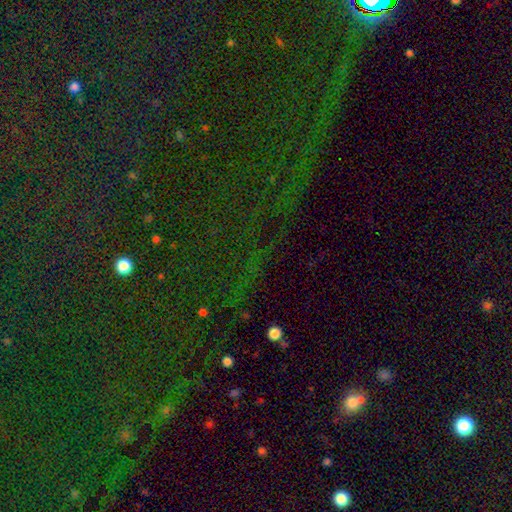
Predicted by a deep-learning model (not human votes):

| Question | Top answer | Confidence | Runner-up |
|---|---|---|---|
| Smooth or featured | star or artifact | 77% | smooth (13%) |